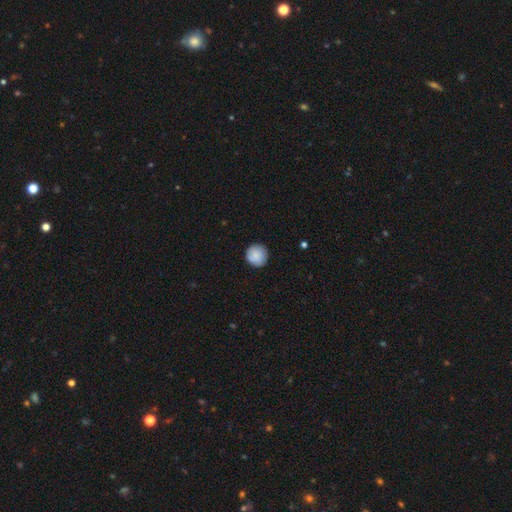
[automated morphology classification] A smooth galaxy with no disk features (86%) that is round (94%). Merging: none (87%).